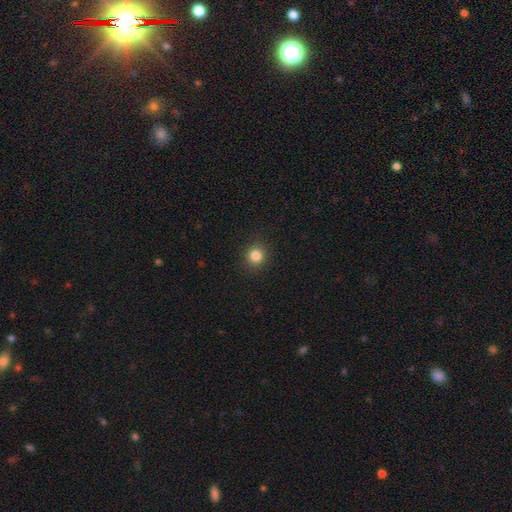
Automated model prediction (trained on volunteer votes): This appears to be a smooth galaxy with no disk features (83%) that is round (88%). Merging: none (91%).